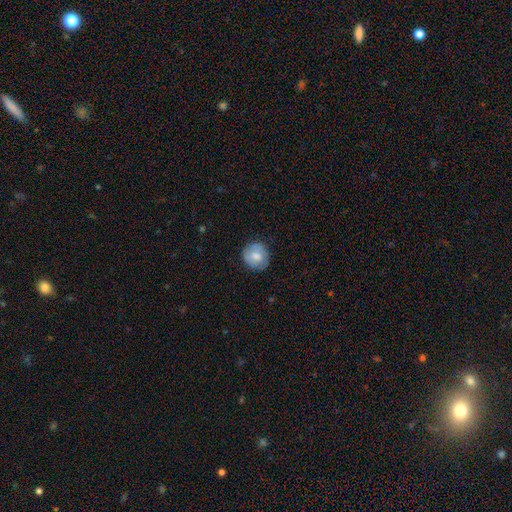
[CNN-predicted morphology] Overall: smooth (69%). How rounded: round (89%). Merging: none (82%).